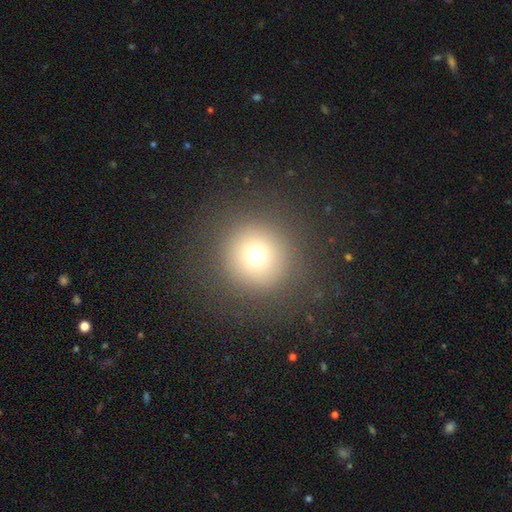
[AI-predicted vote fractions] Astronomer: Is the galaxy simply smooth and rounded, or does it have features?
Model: smooth — 70%.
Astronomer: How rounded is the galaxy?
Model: round — 96%.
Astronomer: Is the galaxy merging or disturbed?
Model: none — 88%.